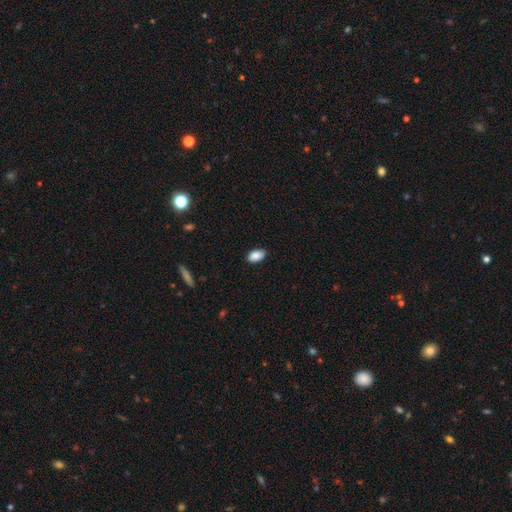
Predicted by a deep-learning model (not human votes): A smooth galaxy with no disk features (88%) that is in between round and cigar-shaped (93%). Merging: none (86%).